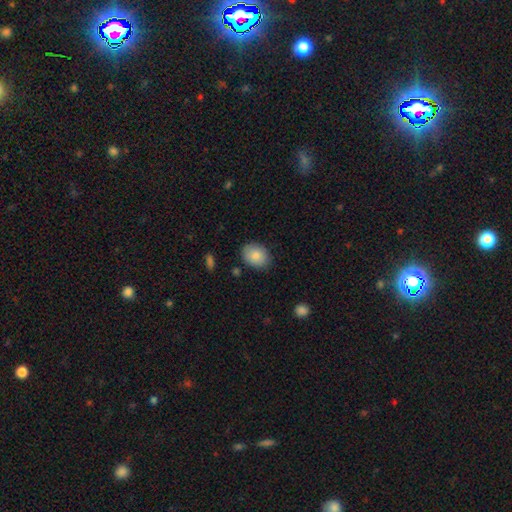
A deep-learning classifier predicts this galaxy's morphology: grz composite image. It shows a smooth galaxy with no disk features (84%) that is in between round and cigar-shaped (67%). Merging: none (83%).